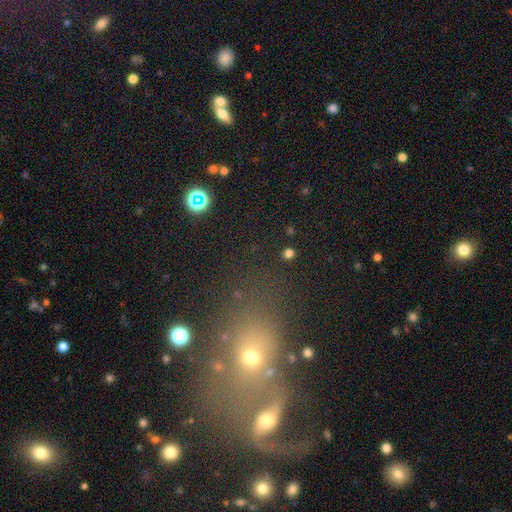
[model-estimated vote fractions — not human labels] Smooth or featured: smooth — 43% (star or artifact — 36%)
Merging: none — 41% (tied with merger — 41%)